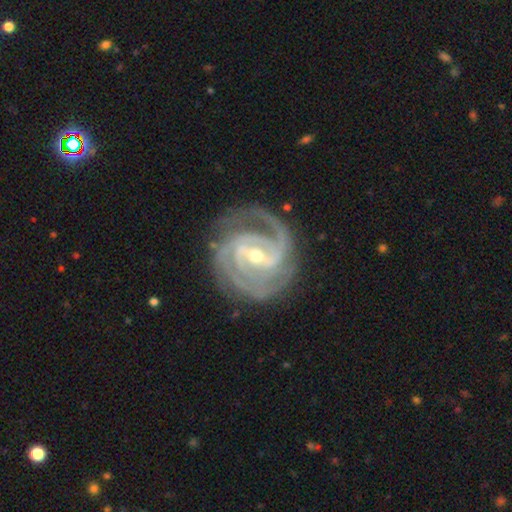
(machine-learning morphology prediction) Overall: featured or disk (93%). Edge-on disk: no (98%). Bar: strong (43%, tied with weak). Spiral arms: yes (99%). Spiral arm count: 3 (38%; 2 31%). Spiral winding: tight (65%; medium 31%). Bulge size: small (53%; moderate 45%). Merging: none (77%).